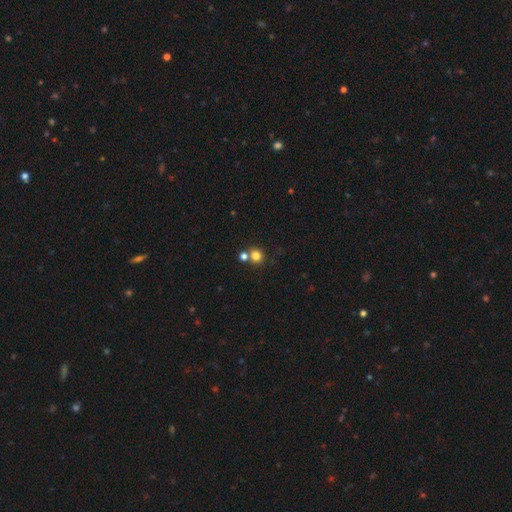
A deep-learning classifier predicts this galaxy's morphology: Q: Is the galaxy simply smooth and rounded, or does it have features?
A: smooth — 80%.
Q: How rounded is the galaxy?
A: round — 88%.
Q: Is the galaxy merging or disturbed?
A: none — 63%.